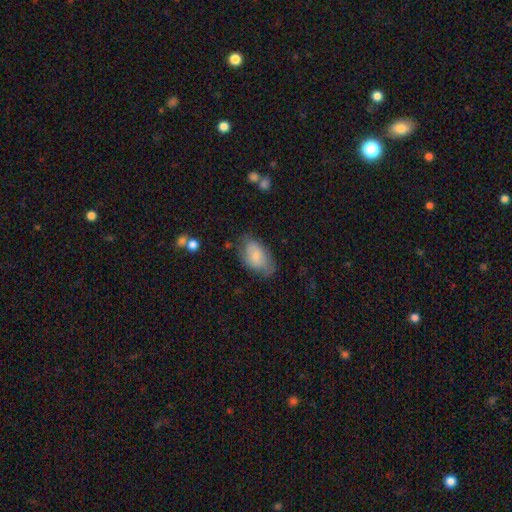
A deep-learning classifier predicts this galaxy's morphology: The model was most divided on "merging": none: 54%, minor disturbance: 32%, major disturbance: 11%, merger: 2%. More confident: how rounded — in between (91%); smooth or featured — smooth (68%).